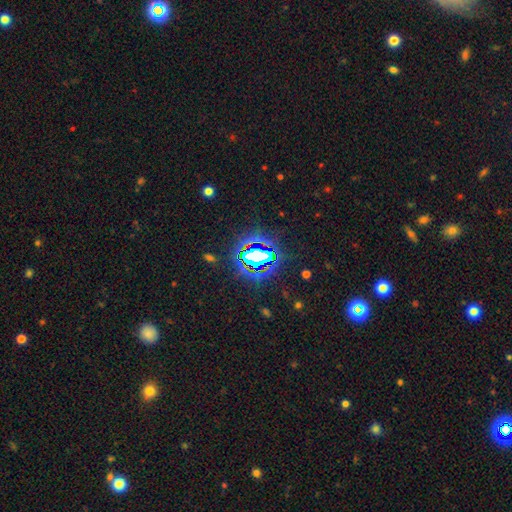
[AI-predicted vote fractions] This appears to be a star or artifact, not a galaxy (72%).